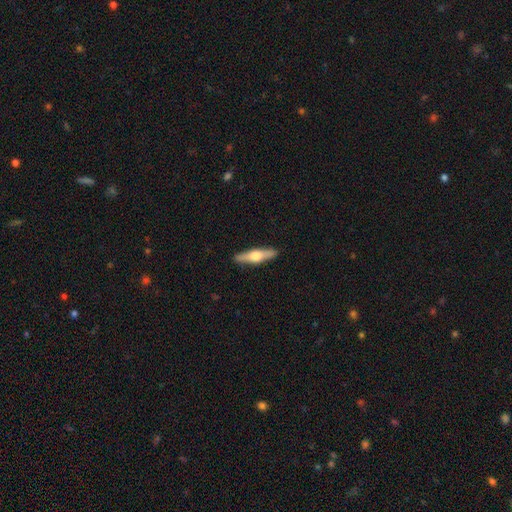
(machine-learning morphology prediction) The model was most divided on "smooth or featured": featured or disk: 56%, smooth: 39%, star or artifact: 5%. More confident: edge-on disk — yes (95%); edge-on bulge — rounded (94%); merging — none (91%).